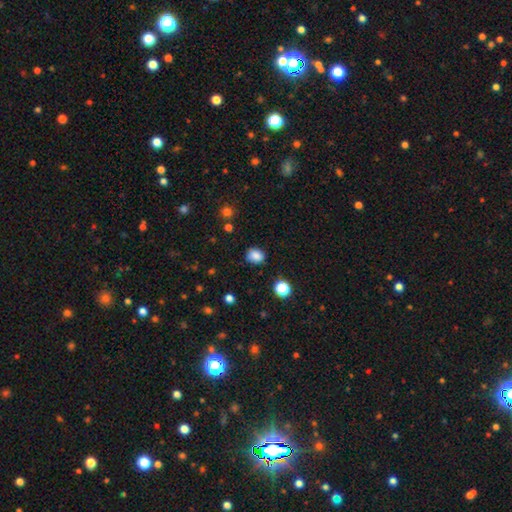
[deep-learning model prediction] Smooth or featured?
  - smooth: 83% *
  - star or artifact: 11%
  - featured or disk: 5%
How rounded?
  - round: 51% *
  - in between: 48%
  - cigar-shaped: 1%
Merging?
  - none: 76% *
  - minor disturbance: 18%
  - major disturbance: 4%
  - merger: 2%